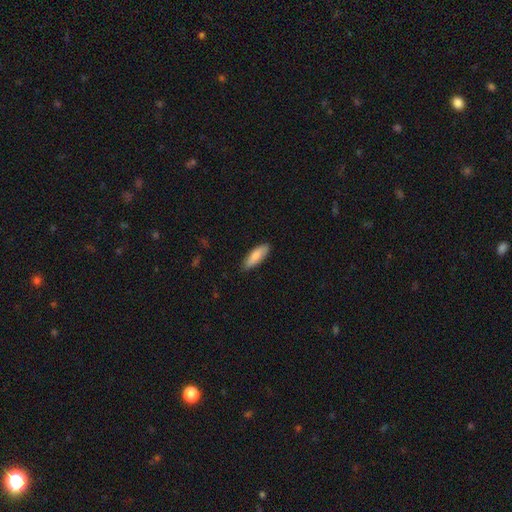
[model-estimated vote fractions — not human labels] Overall: smooth (81%). How rounded: in between (59%; cigar-shaped 39%). Merging: none (86%).